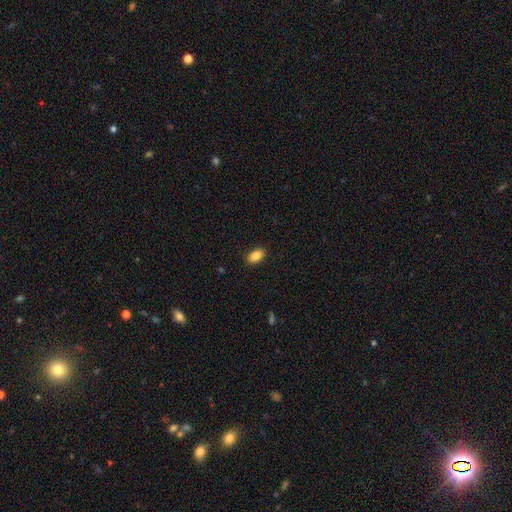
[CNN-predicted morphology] Smooth or featured?
  - smooth: 87% *
  - star or artifact: 8%
  - featured or disk: 5%
How rounded?
  - in between: 90% *
  - round: 7%
  - cigar-shaped: 3%
Merging?
  - none: 89% *
  - minor disturbance: 8%
  - major disturbance: 2%
  - merger: 1%